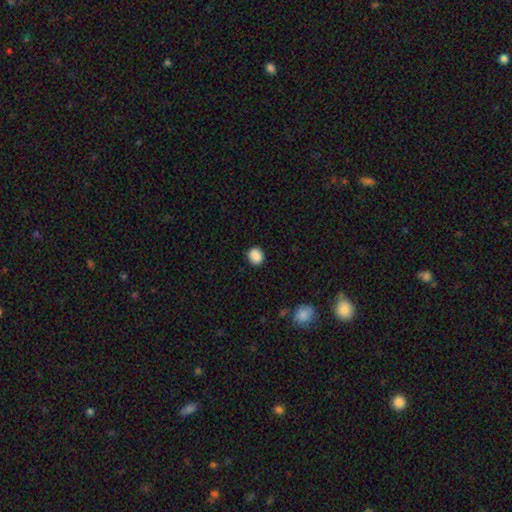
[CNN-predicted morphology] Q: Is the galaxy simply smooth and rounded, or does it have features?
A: smooth — 88%.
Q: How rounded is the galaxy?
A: round — 66%.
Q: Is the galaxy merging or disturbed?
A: none — 85%.